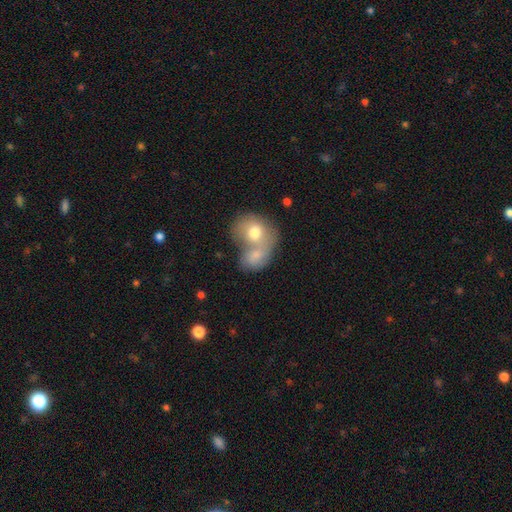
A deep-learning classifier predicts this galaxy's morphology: Smooth or featured? smooth (71%)
How rounded? in between (55%)
Merging? merger (72%)